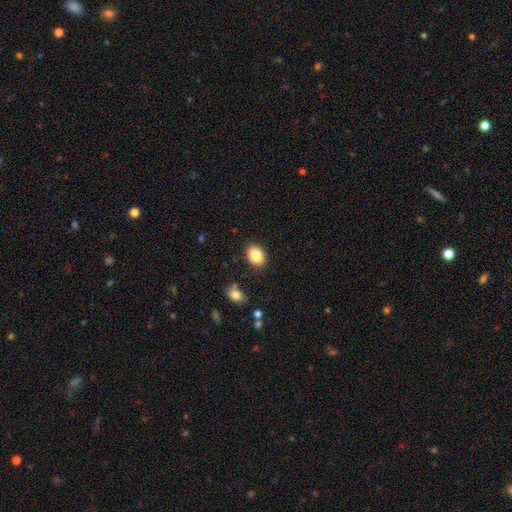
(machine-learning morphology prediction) Smooth or featured? Predicted: smooth (p=0.86). How rounded? Predicted: in between (p=0.68). Merging? Predicted: none (p=0.87).